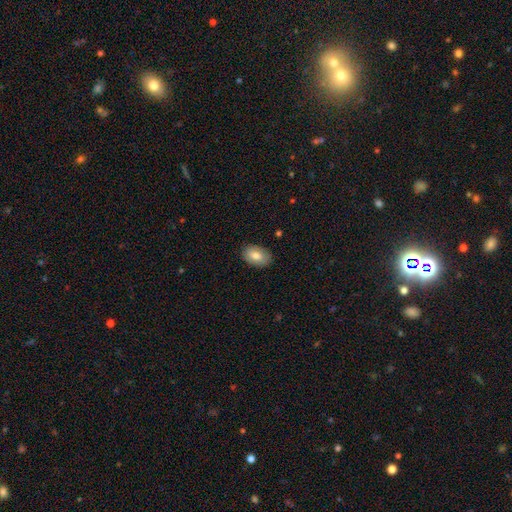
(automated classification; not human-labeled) smooth_or_featured: smooth (p=0.78) [alt: featured or disk p=0.16]
how_rounded: in between (p=0.90) [alt: round p=0.09]
merging: none (p=0.86) [alt: minor disturbance p=0.11]